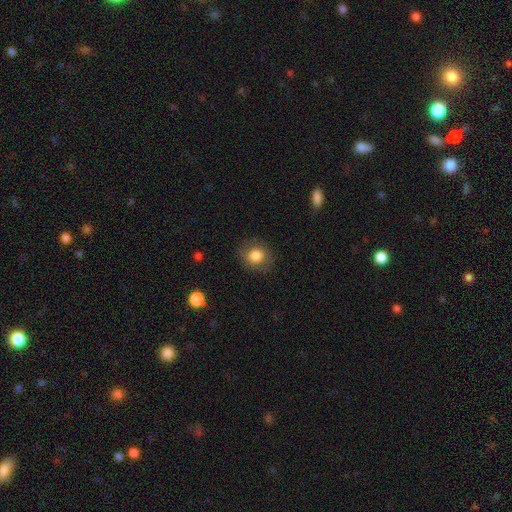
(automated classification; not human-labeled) A smooth galaxy with no disk features (82%) that is round (79%).

Vote fractions:
- Smooth or featured? smooth: 82% / featured or disk: 9% / star or artifact: 9%
- How rounded? round: 79% / in between: 20% / cigar-shaped: 1%
- Merging? none: 83% / minor disturbance: 12% / major disturbance: 4% / merger: 1%